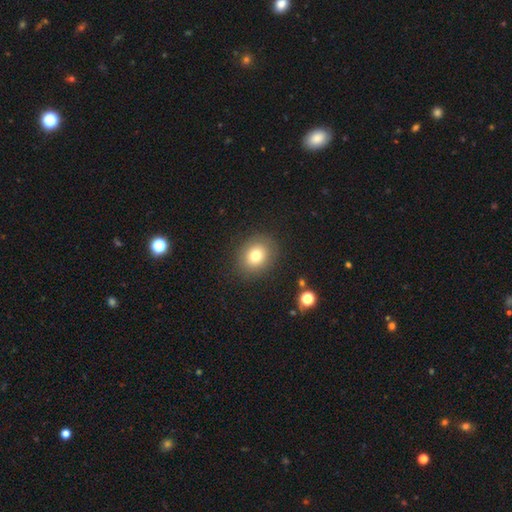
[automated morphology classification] Overall: smooth (76%). How rounded: round (68%; in between 31%). Merging: none (87%).